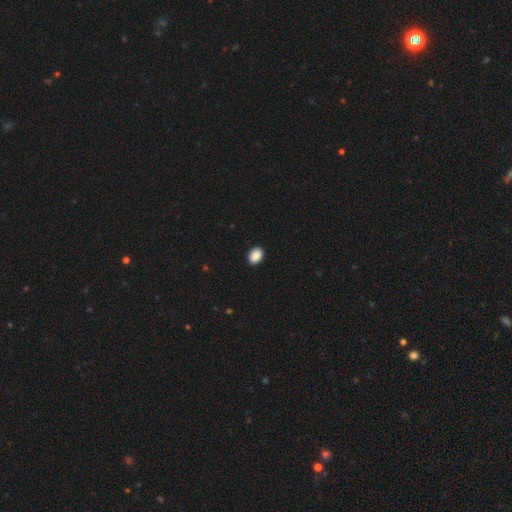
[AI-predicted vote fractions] smooth_or_featured: smooth (p=0.90) [alt: star or artifact p=0.08]
how_rounded: in between (p=0.72) [alt: round p=0.27]
merging: none (p=0.92) [alt: minor disturbance p=0.06]